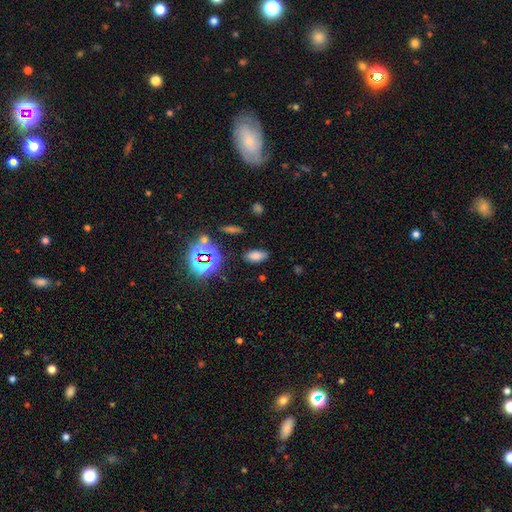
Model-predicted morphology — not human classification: Overall: smooth (71%). How rounded: in between (89%). Merging: none (85%).